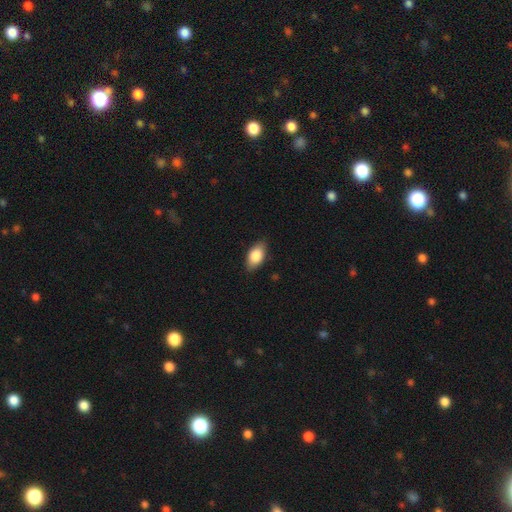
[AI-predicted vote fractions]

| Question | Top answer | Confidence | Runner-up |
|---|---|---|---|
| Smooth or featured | smooth | 83% | featured or disk (10%) |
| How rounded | in between | 92% | round (5%) |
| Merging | none | 84% | minor disturbance (13%) |